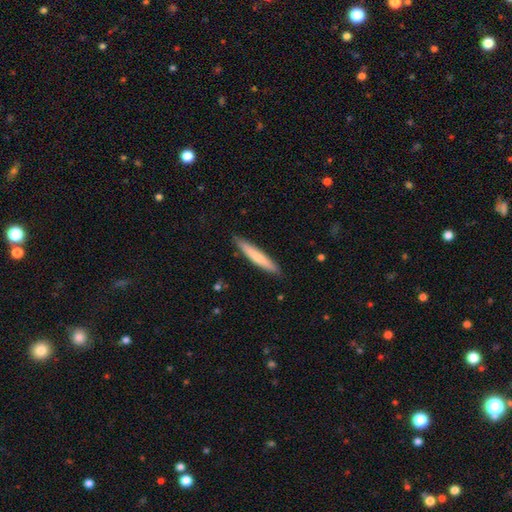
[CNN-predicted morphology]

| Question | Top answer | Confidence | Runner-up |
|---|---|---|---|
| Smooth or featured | smooth | 67% | featured or disk (28%) |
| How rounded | cigar-shaped | 94% | in between (5%) |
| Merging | none | 90% | minor disturbance (8%) |